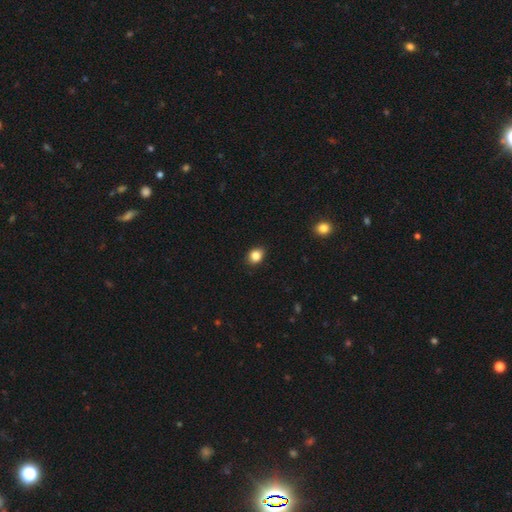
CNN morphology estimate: The model was most divided on "how rounded": round: 53%, in between: 46%, cigar-shaped: 1%. More confident: merging — none (87%); smooth or featured — smooth (85%).